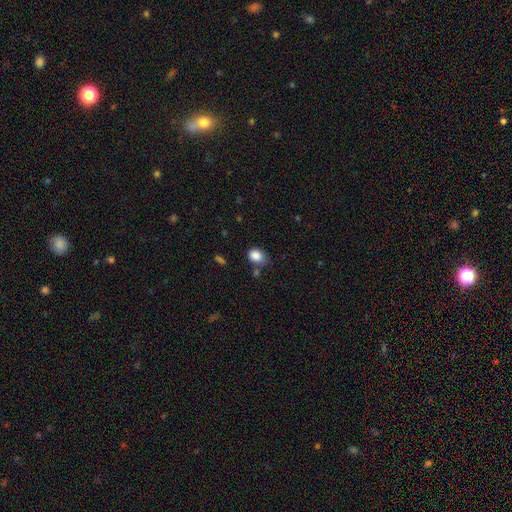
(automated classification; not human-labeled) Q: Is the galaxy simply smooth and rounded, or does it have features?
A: smooth — 86%.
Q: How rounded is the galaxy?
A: in between — 56%.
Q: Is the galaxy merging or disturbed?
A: none — 56%.